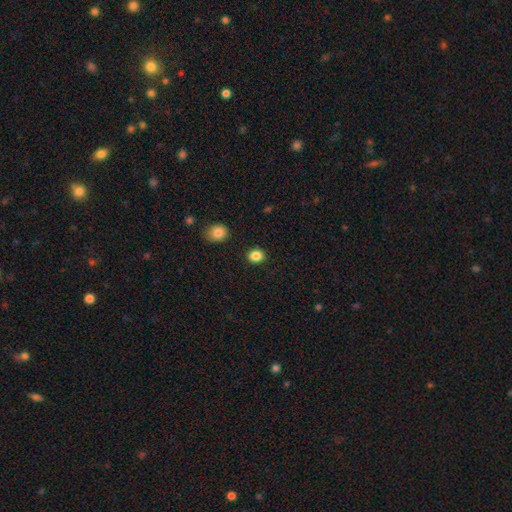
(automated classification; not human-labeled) smooth_or_featured: smooth (p=0.85) [alt: star or artifact p=0.11]
how_rounded: round (p=0.73) [alt: in between p=0.26]
merging: none (p=0.90) [alt: minor disturbance p=0.06]